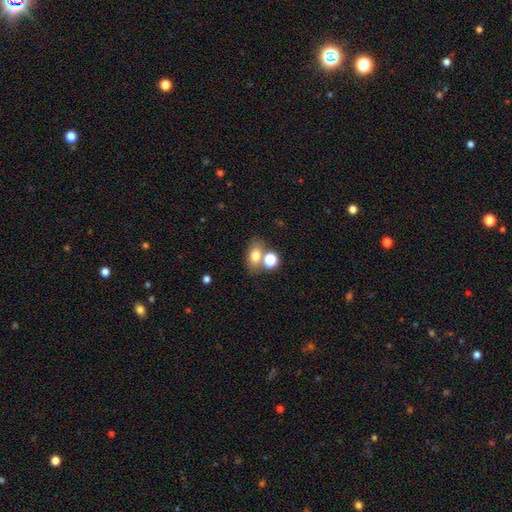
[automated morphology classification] type=smooth (74%); roundness=in between (72%); merging=none (56%).